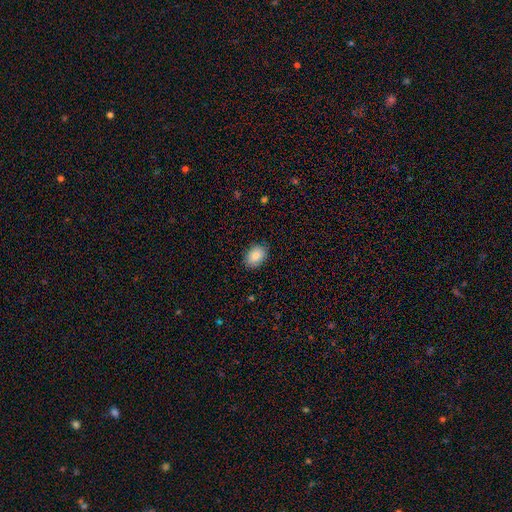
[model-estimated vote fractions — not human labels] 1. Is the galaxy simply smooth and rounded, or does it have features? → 86% smooth, 7% star or artifact, 6% featured or disk.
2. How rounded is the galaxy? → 76% in between, 23% round, 1% cigar-shaped.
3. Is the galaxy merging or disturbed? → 88% none, 9% minor disturbance, 2% major disturbance, 1% merger.